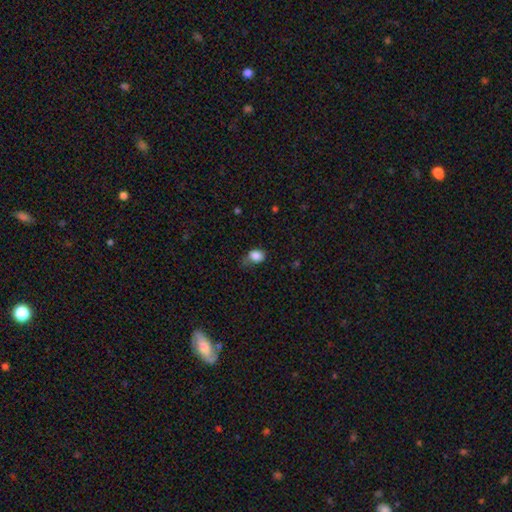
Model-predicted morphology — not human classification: Smooth or featured? Predicted: smooth (p=0.85). How rounded? Predicted: in between (p=0.65). Merging? Predicted: minor disturbance (p=0.40).